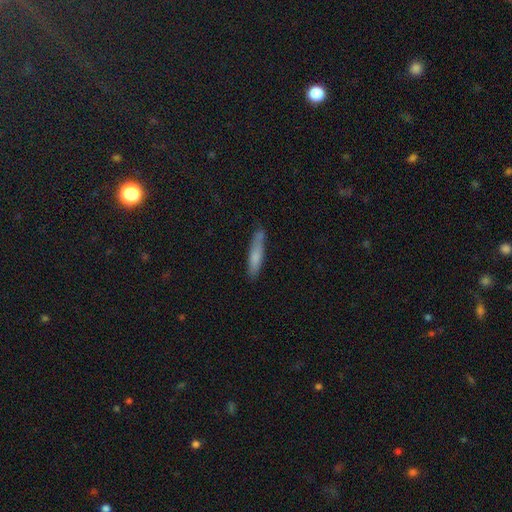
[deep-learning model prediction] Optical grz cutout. It shows a smooth galaxy with no disk features (74%) that is cigar-shaped (87%). Merging: none (74%).